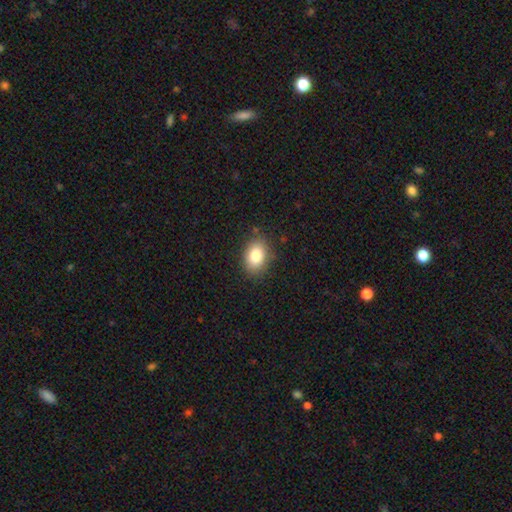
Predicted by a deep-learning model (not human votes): A smooth galaxy with no disk features (85%) that is in between round and cigar-shaped (82%).

Vote fractions:
- Smooth or featured? smooth: 85% / star or artifact: 8% / featured or disk: 7%
- How rounded? in between: 82% / round: 17% / cigar-shaped: 1%
- Merging? none: 83% / minor disturbance: 12% / major disturbance: 3% / merger: 1%